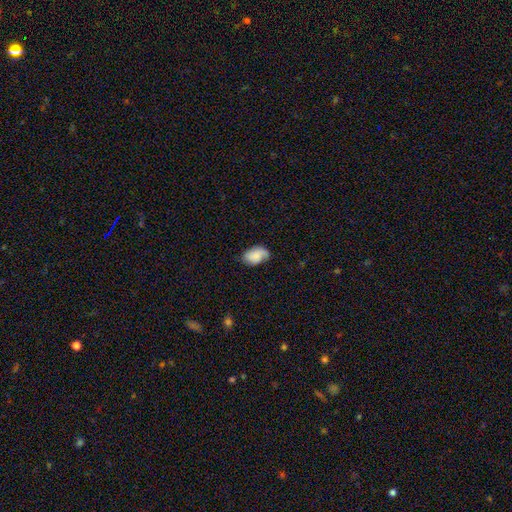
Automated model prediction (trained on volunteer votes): smooth-or-featured: smooth: 74% | featured or disk: 18% | star or artifact: 8%
  how-rounded: in between: 90% | round: 9% | cigar-shaped: 1%
  merging: none: 61% | minor disturbance: 30% | major disturbance: 8% | merger: 2%